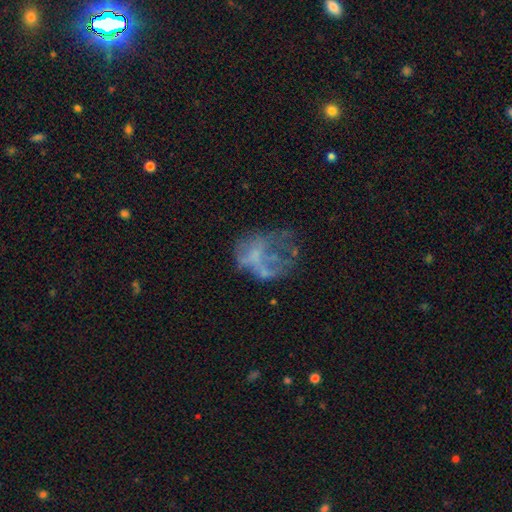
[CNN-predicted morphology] This appears to be a featured or disk galaxy (54%) with no bar (90%), no spiral arms (92%) and no central bulge (73%). Merging: major disturbance (41%).